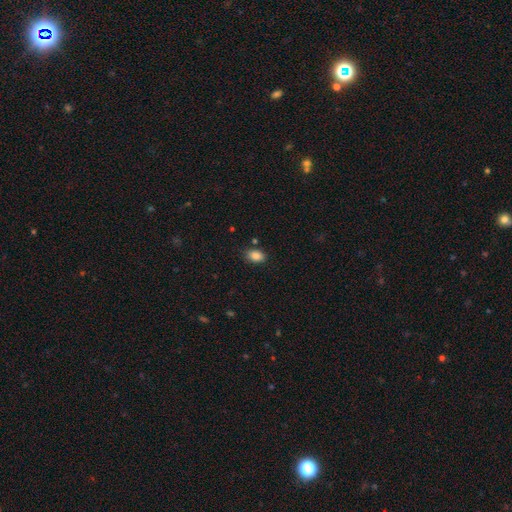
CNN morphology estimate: The model was most divided on "merging": none: 79%, minor disturbance: 15%, major disturbance: 3%, merger: 2%. More confident: smooth or featured — smooth (87%); how rounded — in between (85%).